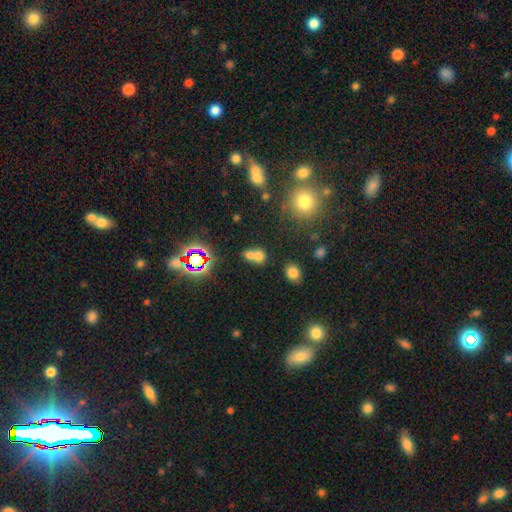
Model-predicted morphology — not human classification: A smooth galaxy with no disk features (64%) that is round (61%).

Vote fractions:
- Smooth or featured? smooth: 64% / star or artifact: 21% / featured or disk: 15%
- How rounded? round: 61% / in between: 37% / cigar-shaped: 2%
- Merging? merger: 61% / none: 30% / minor disturbance: 6% / major disturbance: 3%